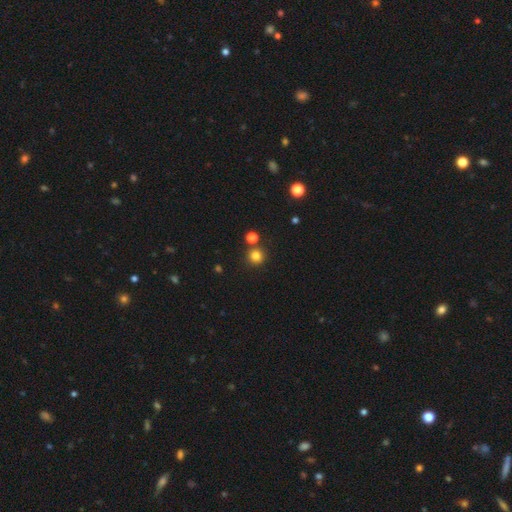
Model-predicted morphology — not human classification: Smooth or featured?
  - smooth: 81% *
  - star or artifact: 14%
  - featured or disk: 5%
How rounded?
  - round: 94% *
  - in between: 5%
  - cigar-shaped: 1%
Merging?
  - none: 82% *
  - merger: 9%
  - minor disturbance: 6%
  - major disturbance: 2%